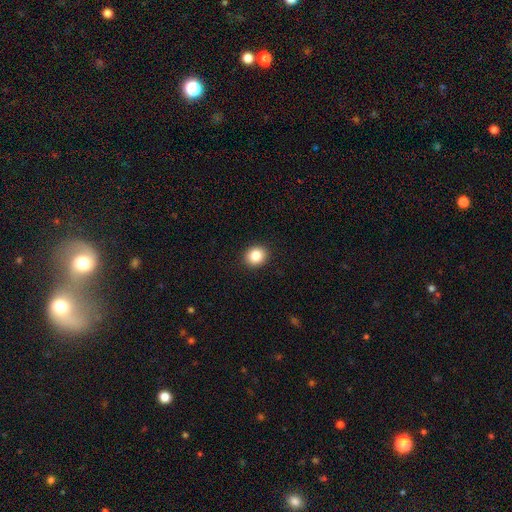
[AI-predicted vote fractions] Morphology: type=smooth (85%); roundness=round (75%); merging=none (92%).